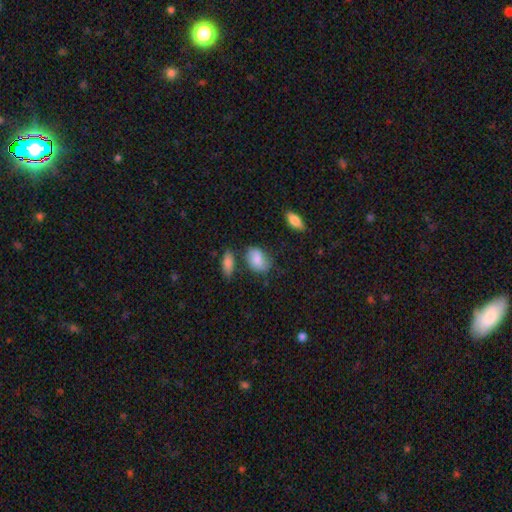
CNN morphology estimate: This appears to be a smooth galaxy with no disk features (77%) that is in between round and cigar-shaped (80%). Merging: none (60%).